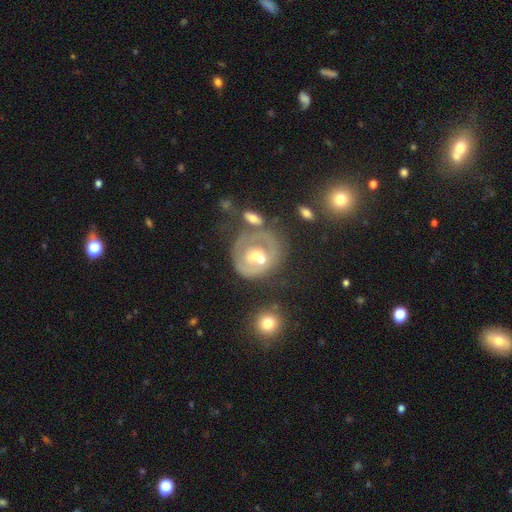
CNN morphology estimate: featured or disk 67%, smooth 25%, star or artifact 8%. Down the decision tree: edge-on disk — no (97%); bar — no (77%); spiral arms — no (62%); bulge size — moderate (60%); merging — none (39%).